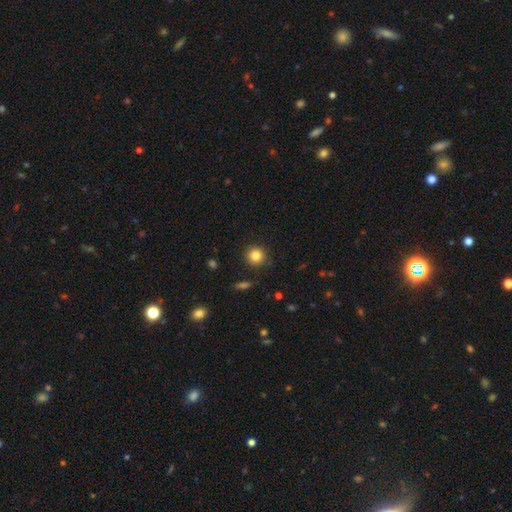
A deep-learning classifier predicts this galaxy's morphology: Smooth or featured? smooth (83%)
How rounded? round (93%)
Merging? none (90%)